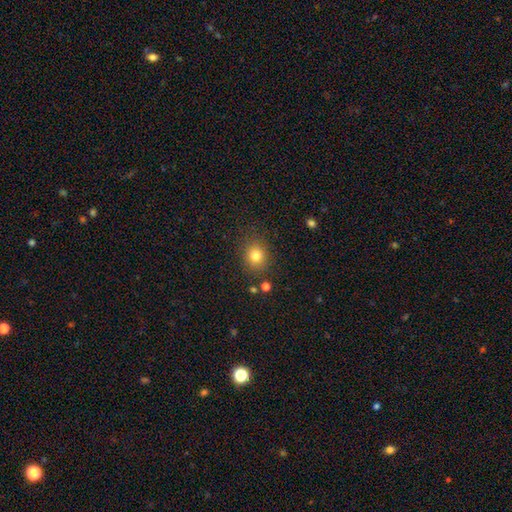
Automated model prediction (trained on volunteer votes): A smooth galaxy with no disk features (80%) that is round (76%).

Vote fractions:
- Smooth or featured? smooth: 80% / star or artifact: 13% / featured or disk: 7%
- How rounded? round: 76% / in between: 23% / cigar-shaped: 1%
- Merging? none: 85% / minor disturbance: 10% / major disturbance: 3% / merger: 2%